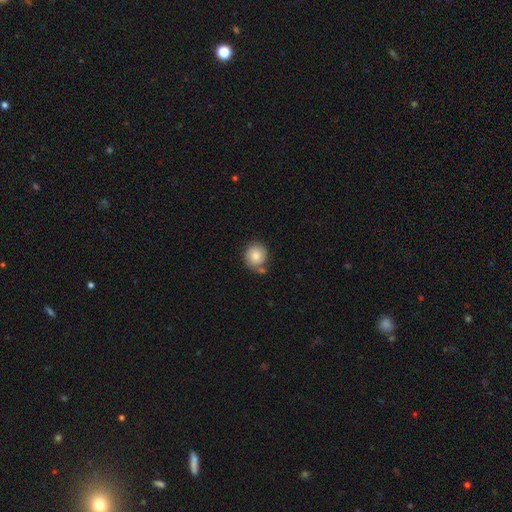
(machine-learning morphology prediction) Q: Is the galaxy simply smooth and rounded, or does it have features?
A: smooth — 79%.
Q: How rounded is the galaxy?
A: round — 84%.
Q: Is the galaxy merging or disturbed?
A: none — 67%.